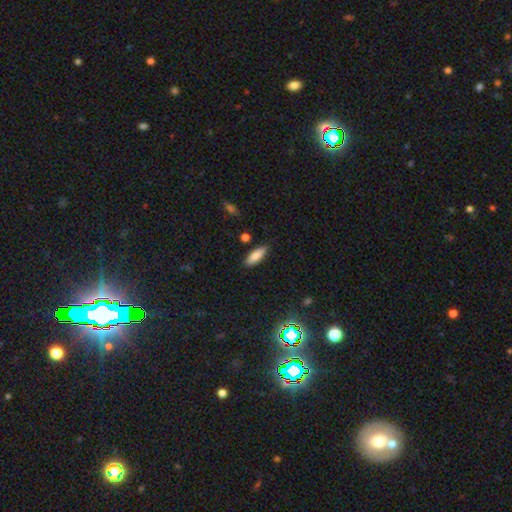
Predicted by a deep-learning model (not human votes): Morphology: type=smooth (85%); roundness=in between (59%); merging=none (86%).